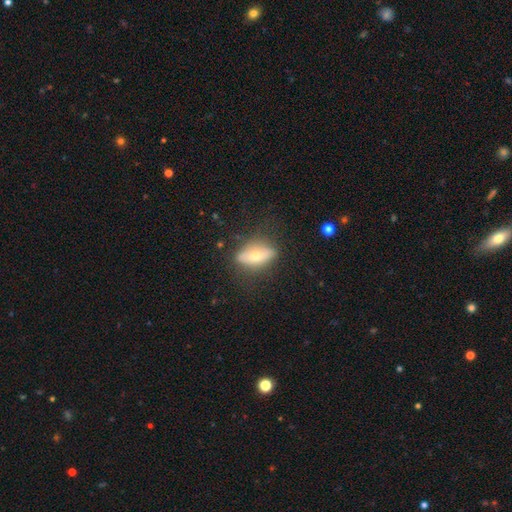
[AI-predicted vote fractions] smooth-or-featured: smooth: 52% | featured or disk: 40% | star or artifact: 8%
  how-rounded: in between: 79% | cigar-shaped: 13% | round: 8%
  merging: none: 70% | minor disturbance: 20% | major disturbance: 8% | merger: 2%